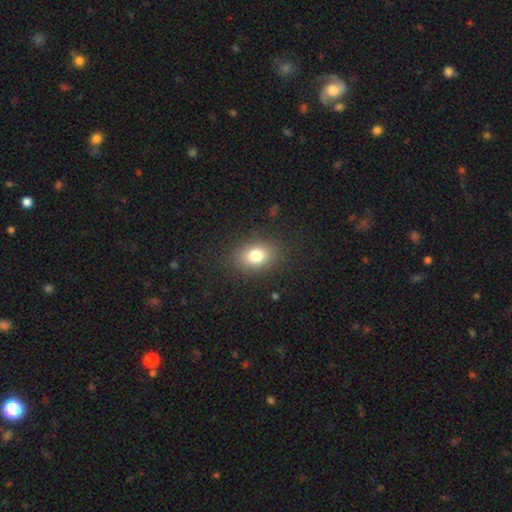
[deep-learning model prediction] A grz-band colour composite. It shows a smooth galaxy with no disk features (78%) that is in between round and cigar-shaped (64%). Merging: none (86%).